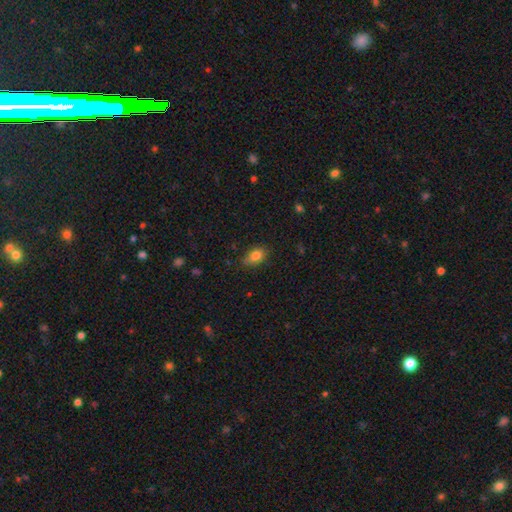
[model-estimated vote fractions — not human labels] The model was most divided on "merging": none: 77%, minor disturbance: 19%, major disturbance: 3%, merger: 1%. More confident: how rounded — in between (83%); smooth or featured — smooth (82%).